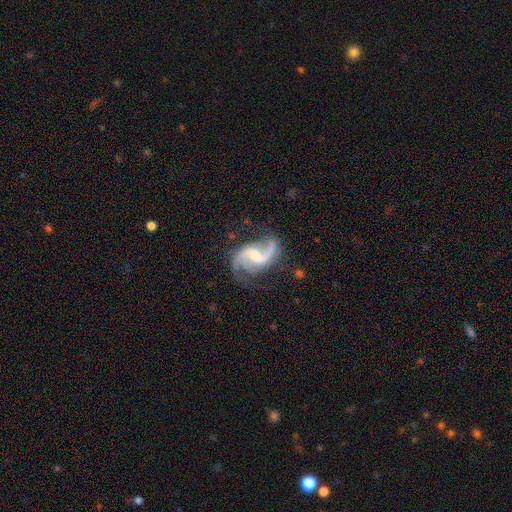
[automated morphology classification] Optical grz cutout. It shows a featured or disk galaxy (91%) with a weak bar (50%), 2 (87%) loose (53%) spiral arms (98%) and a small central bulge (40%). Merging: none (69%).